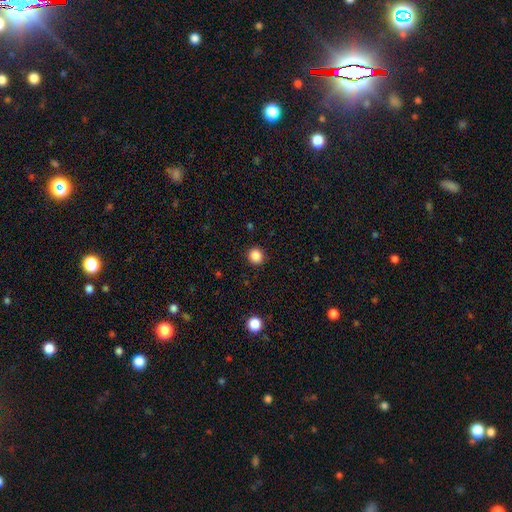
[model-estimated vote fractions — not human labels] Q: Smooth or featured?
A: smooth (86%); runner-up: star or artifact (11%)
Q: How rounded?
A: round (90%); runner-up: in between (9%)
Q: Merging?
A: none (91%); runner-up: minor disturbance (6%)